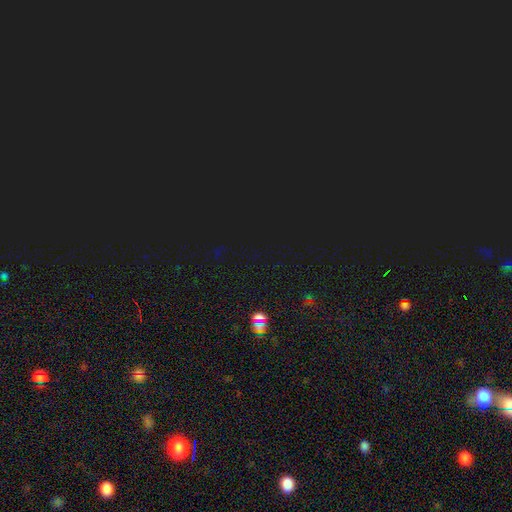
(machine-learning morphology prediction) smooth_or_featured: star or artifact (p=0.79) [alt: smooth p=0.14]